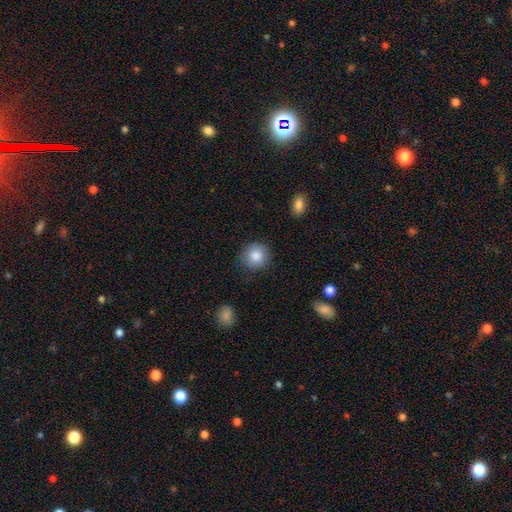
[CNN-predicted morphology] Smooth or featured? Predicted: smooth (p=0.86). How rounded? Predicted: round (p=0.90). Merging? Predicted: none (p=0.85).